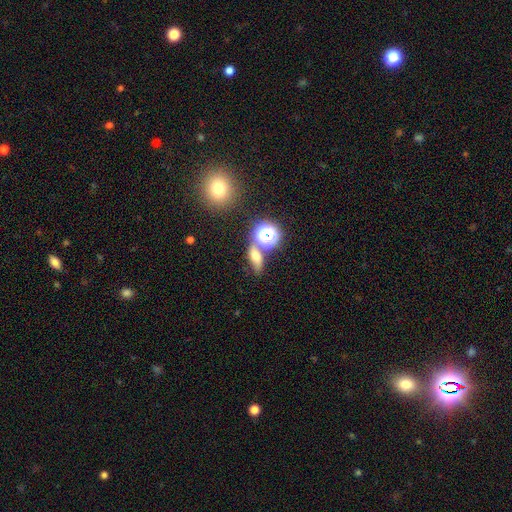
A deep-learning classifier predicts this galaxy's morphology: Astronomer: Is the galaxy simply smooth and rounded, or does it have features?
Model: smooth — 54%.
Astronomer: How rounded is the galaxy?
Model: in between — 54% (runner-up: round, 31%).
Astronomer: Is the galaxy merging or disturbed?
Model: none — 61%.